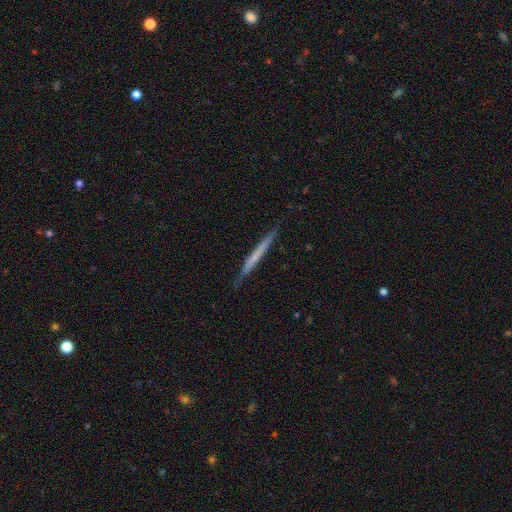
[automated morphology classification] smooth-or-featured: smooth: 50% | featured or disk: 44% | star or artifact: 6%
  how-rounded: cigar-shaped: 97% | in between: 2% | round: 1%
  merging: none: 87% | minor disturbance: 10% | major disturbance: 2% | merger: 1%